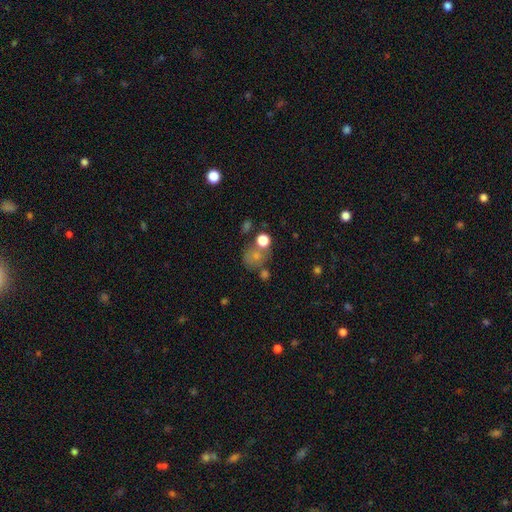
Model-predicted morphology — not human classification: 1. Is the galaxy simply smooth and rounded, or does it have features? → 70% smooth, 17% star or artifact, 14% featured or disk.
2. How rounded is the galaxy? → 78% round, 21% in between, 1% cigar-shaped.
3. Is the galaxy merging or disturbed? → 50% none, 27% merger, 14% minor disturbance, 10% major disturbance.